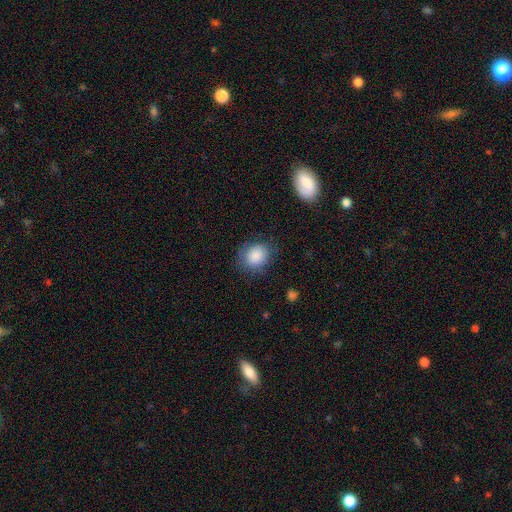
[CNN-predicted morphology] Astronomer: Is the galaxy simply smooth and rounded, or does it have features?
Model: smooth — 86%.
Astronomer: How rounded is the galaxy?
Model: round — 61% (runner-up: in between, 38%).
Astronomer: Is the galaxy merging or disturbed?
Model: none — 78%.